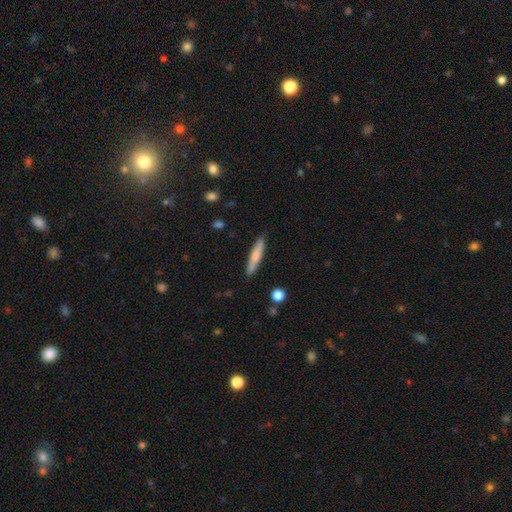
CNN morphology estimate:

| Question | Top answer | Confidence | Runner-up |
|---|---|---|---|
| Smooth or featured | smooth | 67% | featured or disk (27%) |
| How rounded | cigar-shaped | 90% | in between (9%) |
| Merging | none | 85% | minor disturbance (11%) |